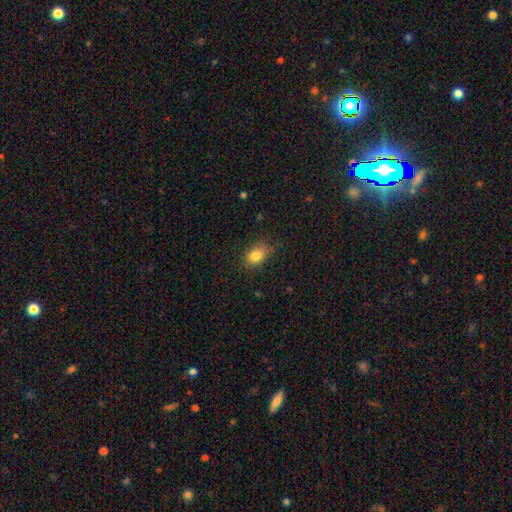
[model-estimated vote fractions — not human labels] Overall: smooth (83%). How rounded: in between (78%). Merging: none (76%).